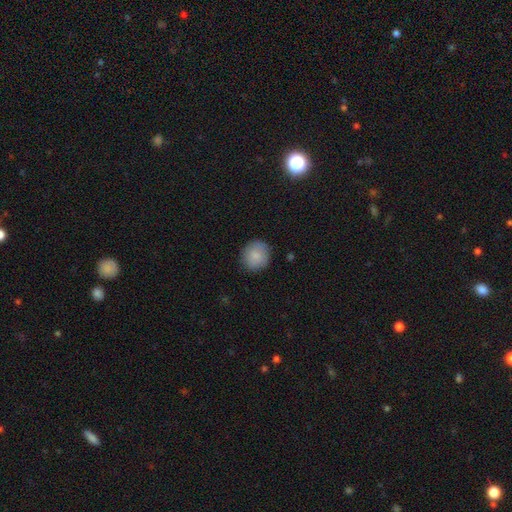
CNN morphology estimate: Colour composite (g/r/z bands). It shows a smooth galaxy with no disk features (87%) that is round (86%). Merging: none (87%).